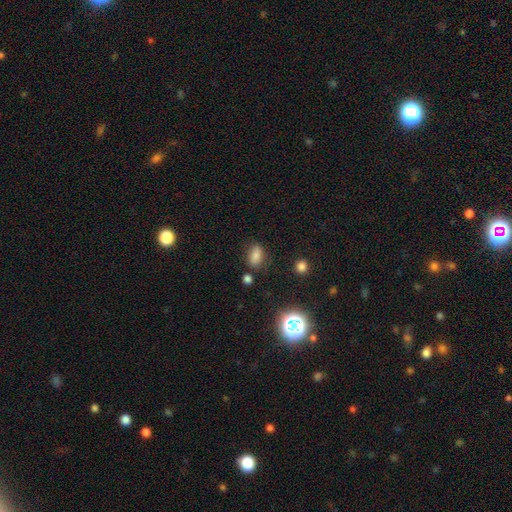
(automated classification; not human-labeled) Morphology: type=smooth (78%); roundness=in between (83%); merging=none (74%).